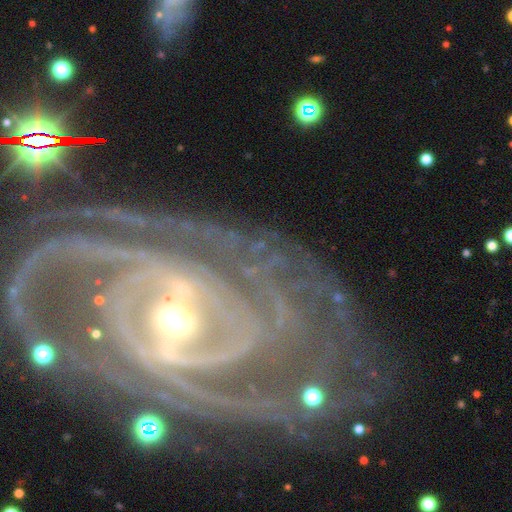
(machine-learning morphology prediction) Smooth or featured? featured or disk (91%)
Edge-on disk? no (96%)
Bar? strong (47%)
Spiral arms? yes (97%)
Spiral winding? tight (68%)
Spiral arm count? 2 (27%)
Bulge size? moderate (50%)
Merging? none (68%)